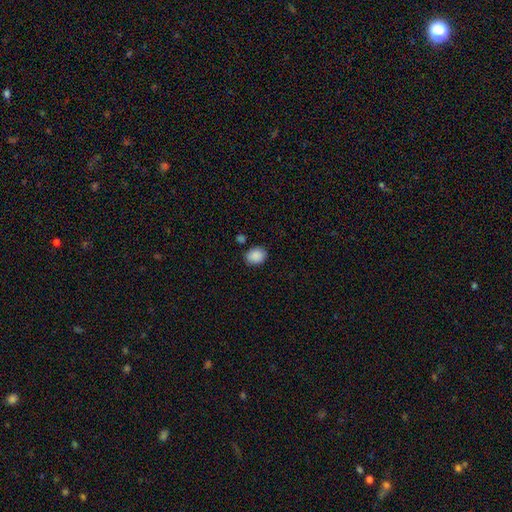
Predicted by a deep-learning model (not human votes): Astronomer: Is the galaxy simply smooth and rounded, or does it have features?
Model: smooth — 89%.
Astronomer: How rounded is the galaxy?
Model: in between — 58% (runner-up: round, 41%).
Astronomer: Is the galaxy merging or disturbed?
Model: none — 83%.